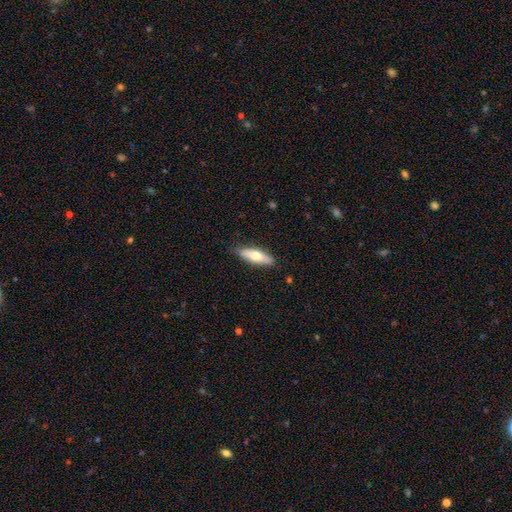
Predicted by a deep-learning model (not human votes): Smooth or featured? Predicted: smooth (p=0.63). How rounded? Predicted: in between (p=0.52). Merging? Predicted: none (p=0.86).